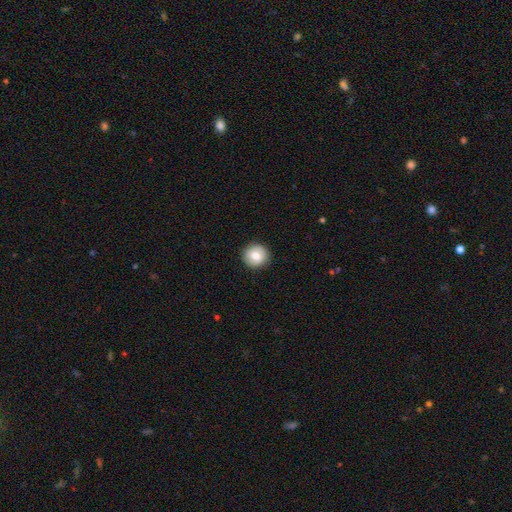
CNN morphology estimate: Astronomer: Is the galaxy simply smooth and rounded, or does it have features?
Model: smooth — 73%.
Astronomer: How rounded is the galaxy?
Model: round — 91%.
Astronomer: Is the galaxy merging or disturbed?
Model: none — 90%.